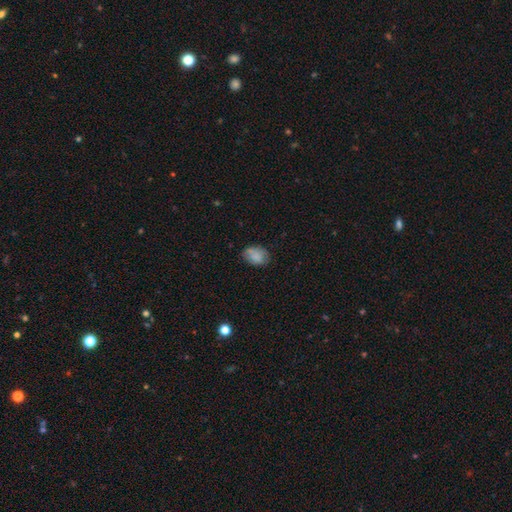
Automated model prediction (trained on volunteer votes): This appears to be a smooth galaxy with no disk features (81%) that is in between round and cigar-shaped (71%). Merging: none (67%).